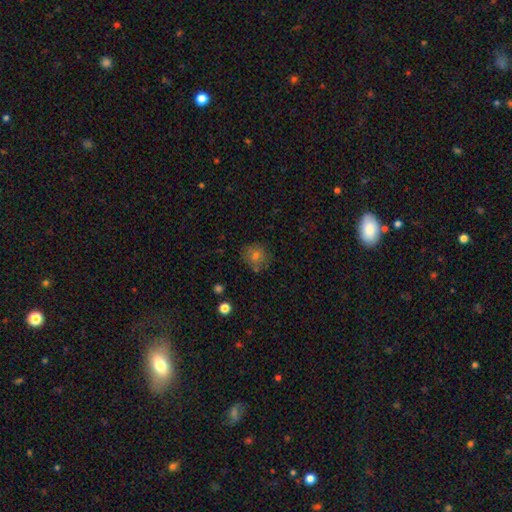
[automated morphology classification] A smooth galaxy with no disk features (66%) that is round (87%). Merging: none (79%).